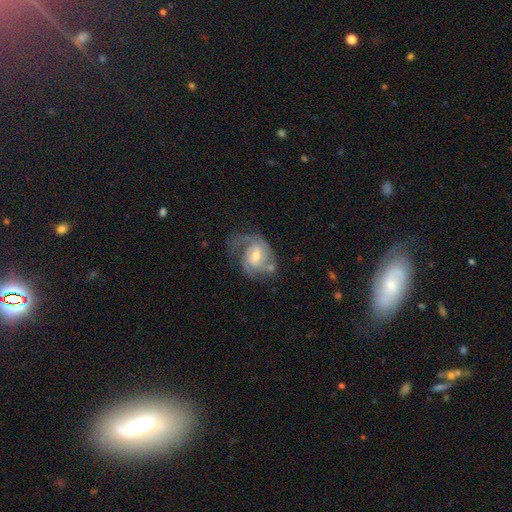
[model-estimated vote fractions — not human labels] A featured or disk galaxy (84%) with a weak bar (48%), 2 (44%) medium (46%) spiral arms (95%) and a moderate central bulge (57%). Merging: none (51%).